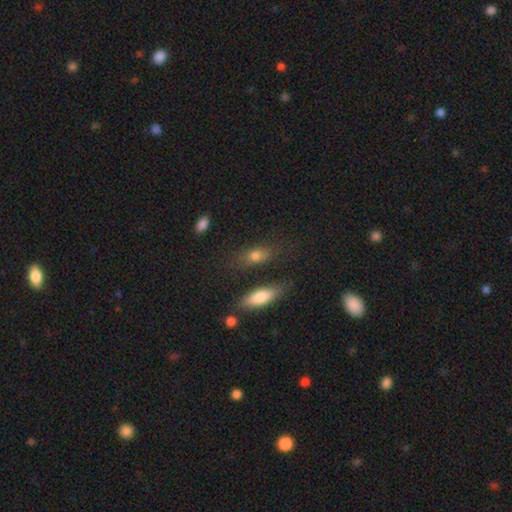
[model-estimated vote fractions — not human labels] Morphology: type=smooth (61%); roundness=in between (56%); merging=none (69%).